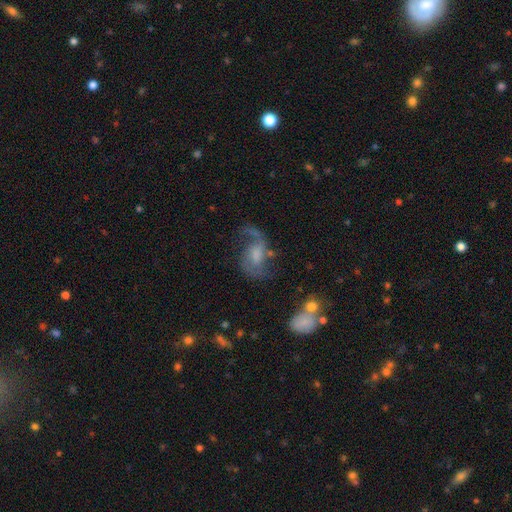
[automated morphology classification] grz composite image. It shows a featured or disk galaxy (77%) with a weak bar (47%), 2 (82%) loose (57%) spiral arms (93%) and a moderate central bulge (38%). Merging: none (55%).